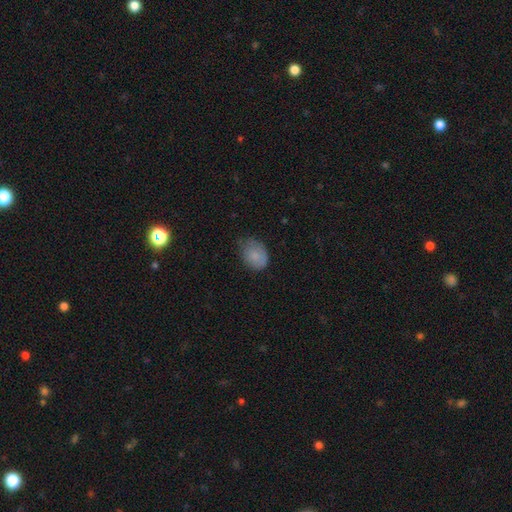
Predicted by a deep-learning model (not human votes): smooth_or_featured: smooth (p=0.82) [alt: featured or disk p=0.10]
how_rounded: in between (p=0.68) [alt: round p=0.31]
merging: none (p=0.57) [alt: minor disturbance p=0.34]